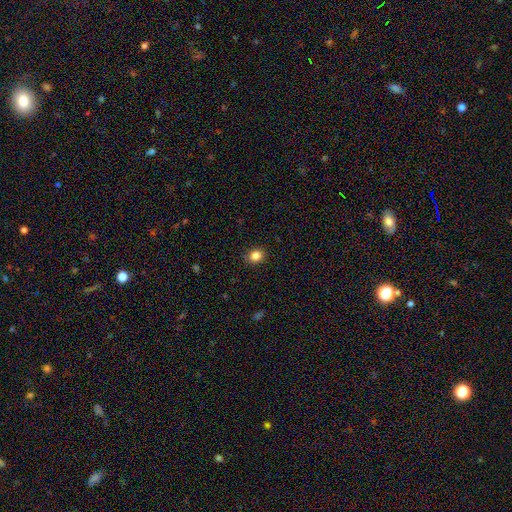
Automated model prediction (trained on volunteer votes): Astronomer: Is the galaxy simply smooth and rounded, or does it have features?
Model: smooth — 84%.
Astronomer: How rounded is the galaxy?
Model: round — 70%.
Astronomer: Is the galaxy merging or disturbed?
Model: none — 90%.